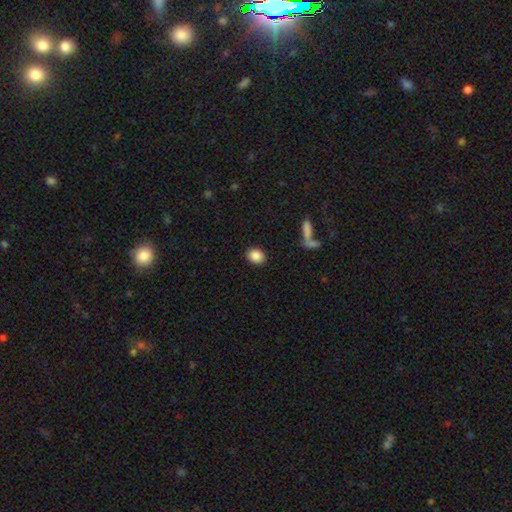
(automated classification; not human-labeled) The model was most divided on "how rounded": in between: 55%, round: 44%, cigar-shaped: 1%. More confident: merging — none (88%); smooth or featured — smooth (87%).